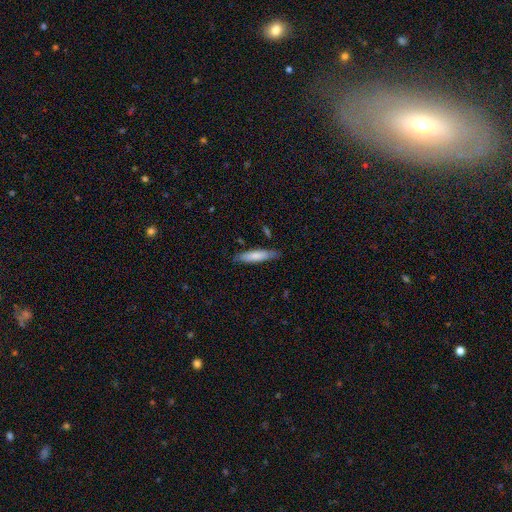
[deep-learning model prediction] Morphology: type=smooth (77%); roundness=cigar-shaped (75%); merging=none (79%).